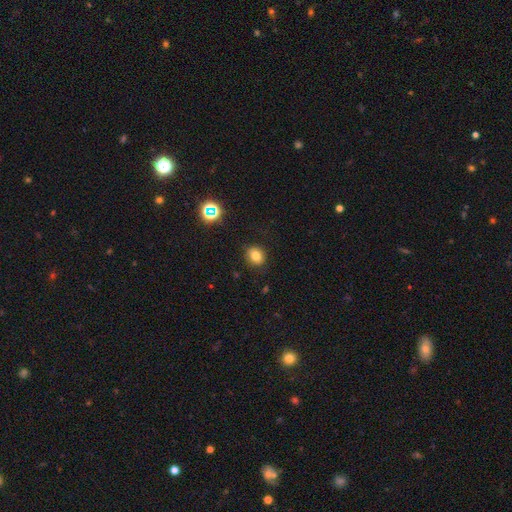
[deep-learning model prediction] Overall: smooth (78%). How rounded: round (69%; in between 30%). Merging: none (87%).